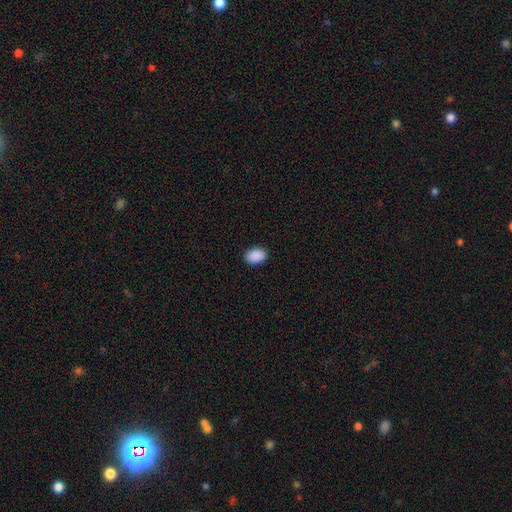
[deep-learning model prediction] Smooth or featured?
  - smooth: 91% *
  - star or artifact: 7%
  - featured or disk: 2%
How rounded?
  - in between: 83% *
  - round: 16%
  - cigar-shaped: 1%
Merging?
  - none: 90% *
  - minor disturbance: 8%
  - major disturbance: 2%
  - merger: 1%